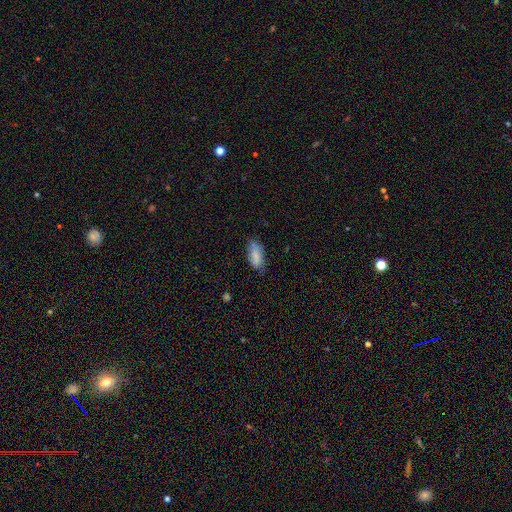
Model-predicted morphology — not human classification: This appears to be a smooth galaxy with no disk features (81%) that is in between round and cigar-shaped (85%). Merging: none (66%).